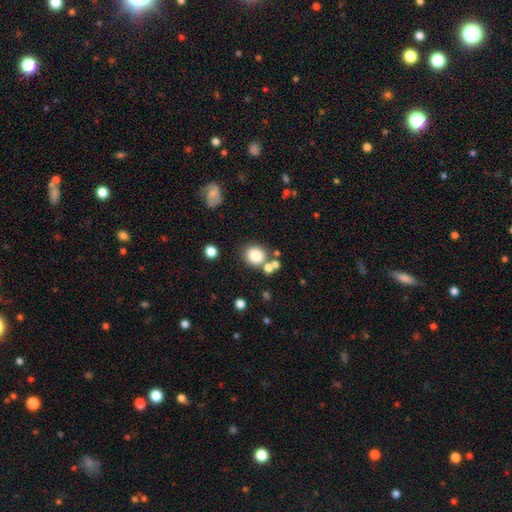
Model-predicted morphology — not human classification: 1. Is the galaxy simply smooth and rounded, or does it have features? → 82% smooth, 11% star or artifact, 7% featured or disk.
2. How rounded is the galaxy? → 84% round, 15% in between, 1% cigar-shaped.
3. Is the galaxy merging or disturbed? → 69% none, 16% merger, 11% minor disturbance, 4% major disturbance.